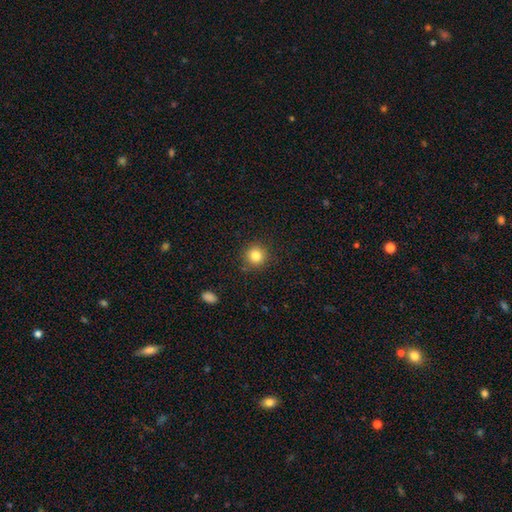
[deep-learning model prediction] This appears to be a smooth galaxy with no disk features (83%) that is round (93%). Merging: none (88%).